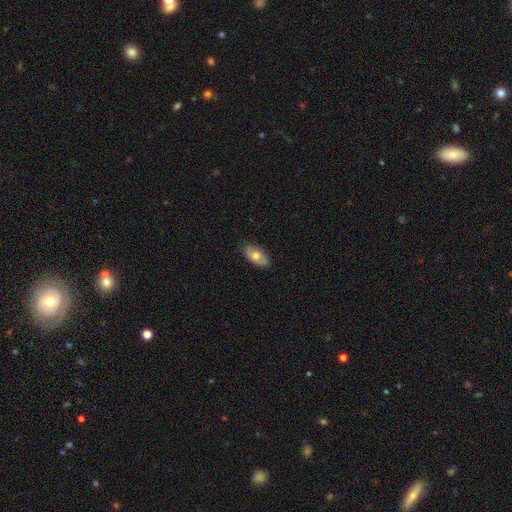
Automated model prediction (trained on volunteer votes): A smooth galaxy with no disk features (66%) that is in between round and cigar-shaped (93%). Merging: none (84%).